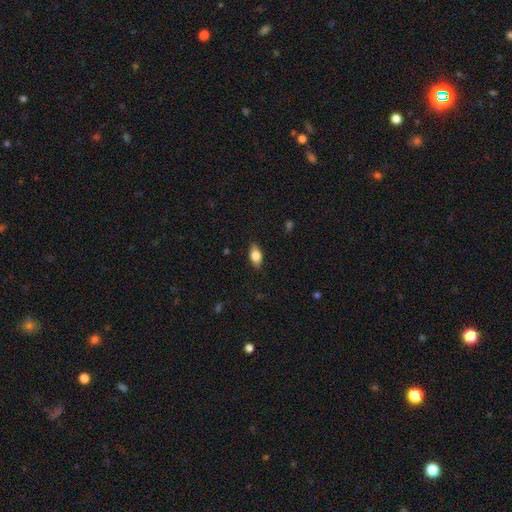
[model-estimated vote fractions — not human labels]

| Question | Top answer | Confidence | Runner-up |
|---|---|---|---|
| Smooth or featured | smooth | 76% | featured or disk (17%) |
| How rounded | in between | 87% | cigar-shaped (7%) |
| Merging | none | 86% | minor disturbance (11%) |